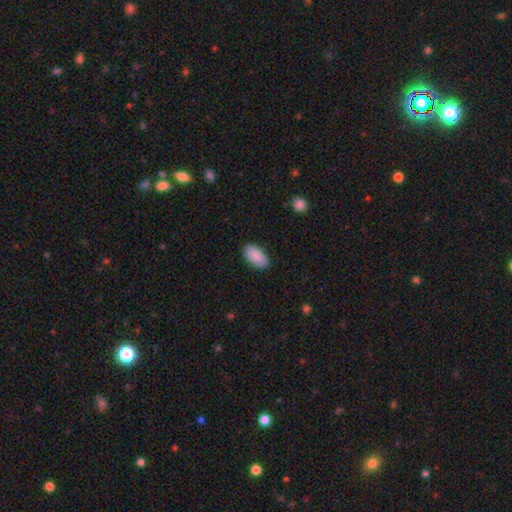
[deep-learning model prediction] A smooth galaxy with no disk features (90%) that is in between round and cigar-shaped (95%). Merging: none (87%).